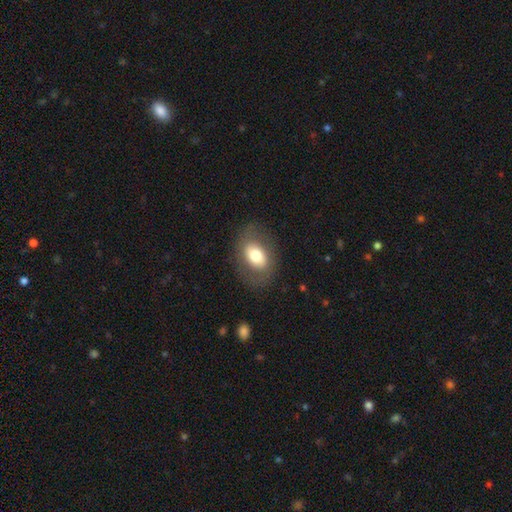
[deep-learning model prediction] smooth_or_featured: smooth (p=0.66) [alt: featured or disk p=0.26]
how_rounded: in between (p=0.79) [alt: round p=0.20]
merging: none (p=0.79) [alt: minor disturbance p=0.13]